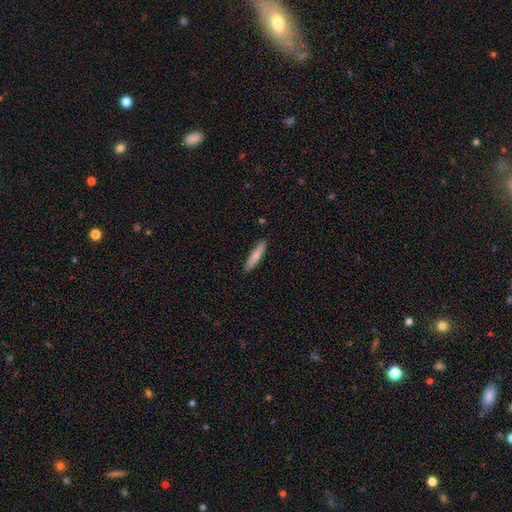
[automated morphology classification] This appears to be a smooth galaxy with no disk features (74%) that is cigar-shaped (85%). Merging: none (88%).